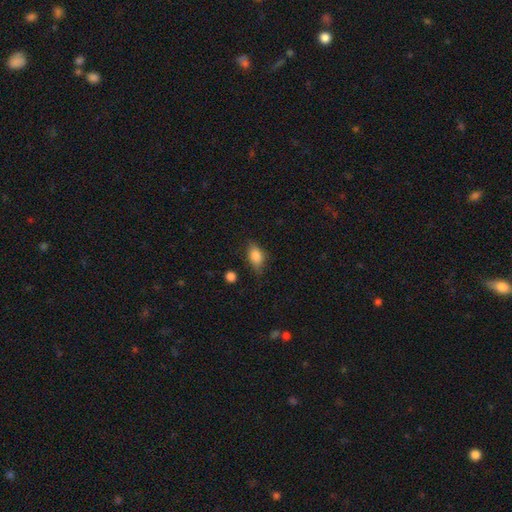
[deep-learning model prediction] A smooth galaxy with no disk features (80%) that is in between round and cigar-shaped (84%). Merging: none (70%).